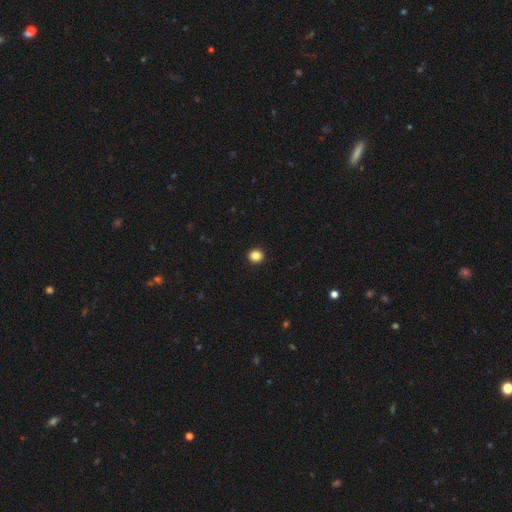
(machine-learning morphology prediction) Smooth or featured: smooth — 85% (star or artifact — 11%)
How rounded: round — 91% (in between — 8%)
Merging: none — 94% (minor disturbance — 4%)